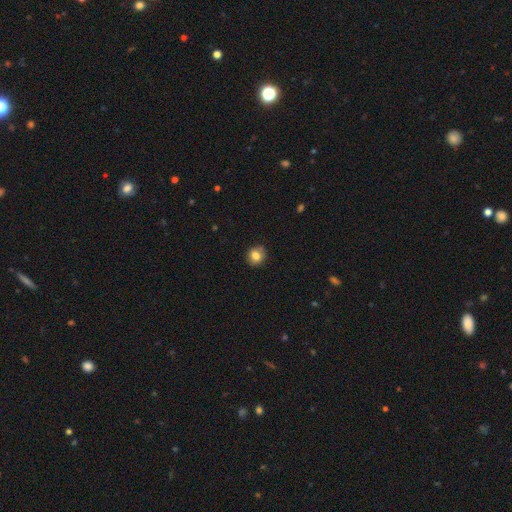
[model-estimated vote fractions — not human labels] A smooth galaxy with no disk features (80%) that is round (76%).

Vote fractions:
- Smooth or featured? smooth: 80% / featured or disk: 11% / star or artifact: 10%
- How rounded? round: 76% / in between: 23% / cigar-shaped: 1%
- Merging? none: 82% / minor disturbance: 13% / major disturbance: 3% / merger: 1%